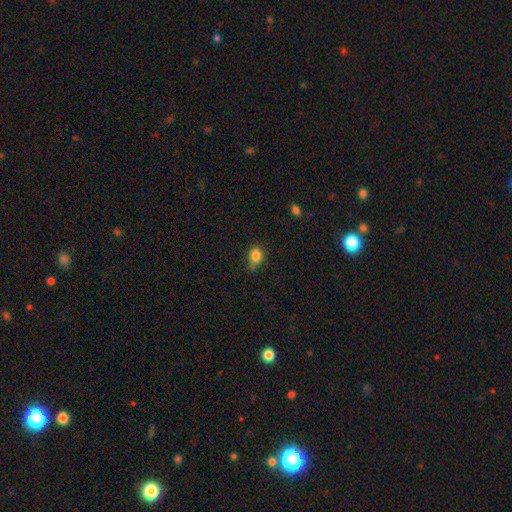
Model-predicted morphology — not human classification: smooth-or-featured: smooth: 84% | star or artifact: 11% | featured or disk: 6%
  how-rounded: round: 61% | in between: 38% | cigar-shaped: 1%
  merging: none: 58% | minor disturbance: 30% | major disturbance: 6% | merger: 5%